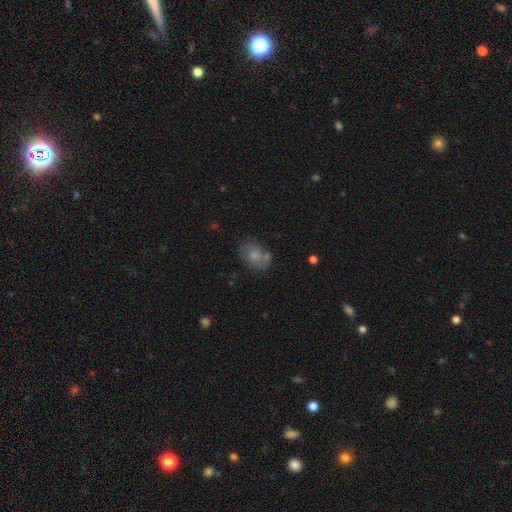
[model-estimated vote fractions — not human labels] Q: Smooth or featured?
A: smooth (65%); runner-up: featured or disk (25%)
Q: How rounded?
A: in between (75%); runner-up: round (24%)
Q: Merging?
A: none (59%); runner-up: minor disturbance (20%)